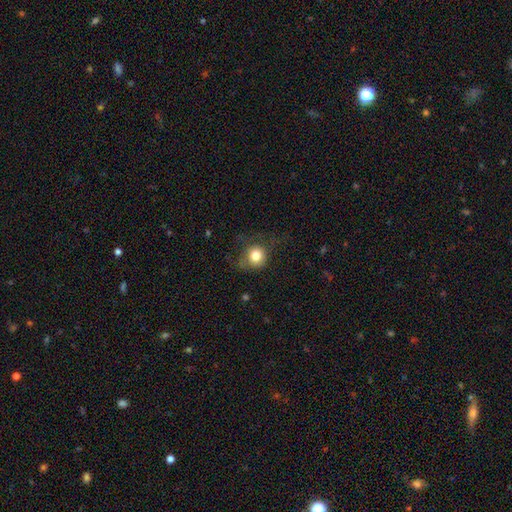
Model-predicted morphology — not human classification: Q: Smooth or featured?
A: smooth (79%); runner-up: star or artifact (11%)
Q: How rounded?
A: round (88%); runner-up: in between (11%)
Q: Merging?
A: none (61%); runner-up: minor disturbance (23%)